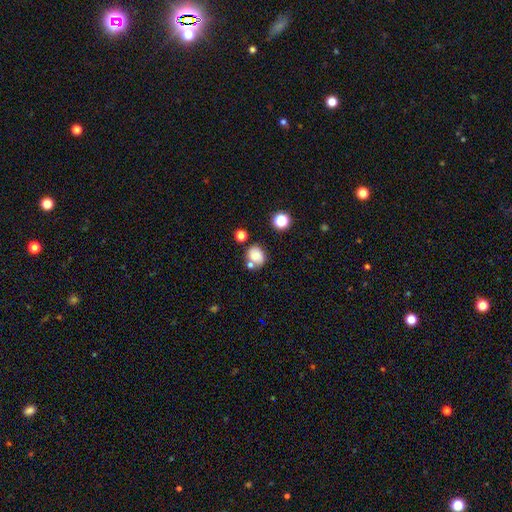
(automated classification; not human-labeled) Smooth or featured? Predicted: smooth (p=0.74). How rounded? Predicted: round (p=0.54). Merging? Predicted: none (p=0.53).